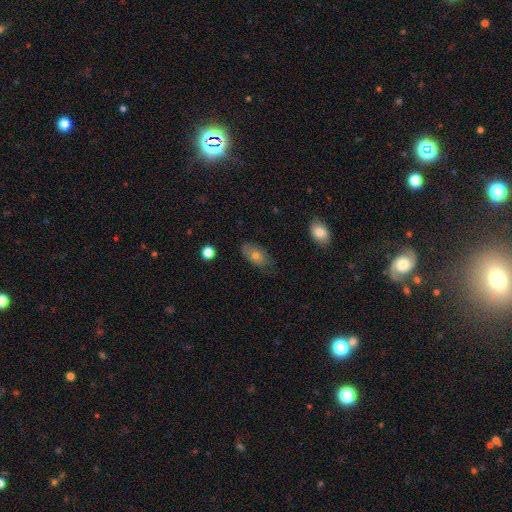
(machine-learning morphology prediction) A smooth galaxy with no disk features (61%) that is in between round and cigar-shaped (90%). Merging: none (65%).